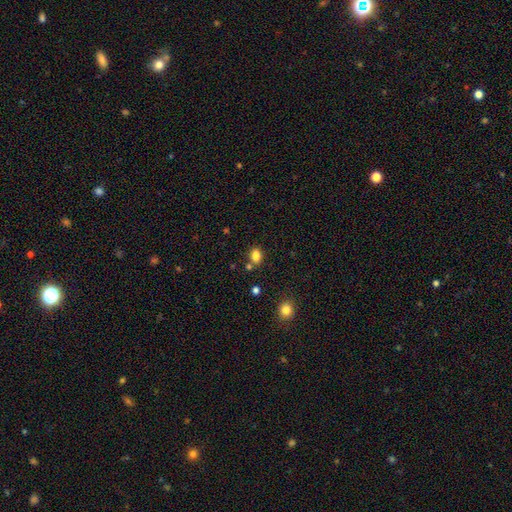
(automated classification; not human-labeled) Smooth or featured: smooth — 83% (star or artifact — 12%)
How rounded: in between — 64% (round — 35%)
Merging: none — 70% (merger — 14%)